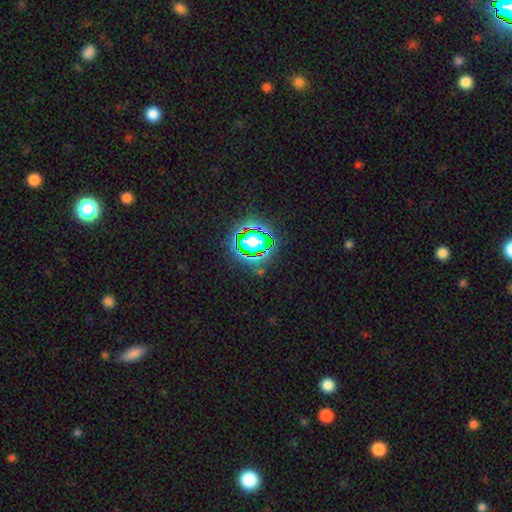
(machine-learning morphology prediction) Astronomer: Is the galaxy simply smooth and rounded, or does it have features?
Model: star or artifact — 78%.